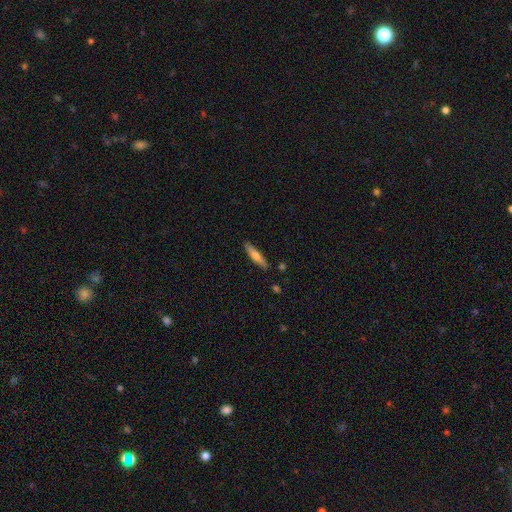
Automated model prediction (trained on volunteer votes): A smooth galaxy with no disk features (63%) that is cigar-shaped (86%).

Vote fractions:
- Smooth or featured? smooth: 63% / featured or disk: 31% / star or artifact: 6%
- How rounded? cigar-shaped: 86% / in between: 13% / round: 1%
- Merging? none: 88% / minor disturbance: 9% / merger: 2% / major disturbance: 2%